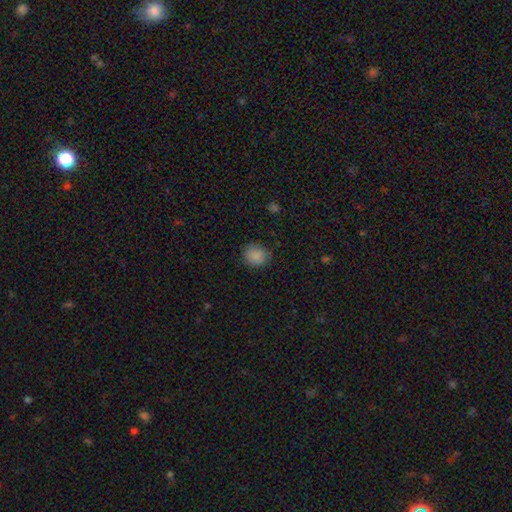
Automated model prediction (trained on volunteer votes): Q: Smooth or featured?
A: smooth (87%); runner-up: star or artifact (9%)
Q: How rounded?
A: round (78%); runner-up: in between (22%)
Q: Merging?
A: none (83%); runner-up: minor disturbance (13%)